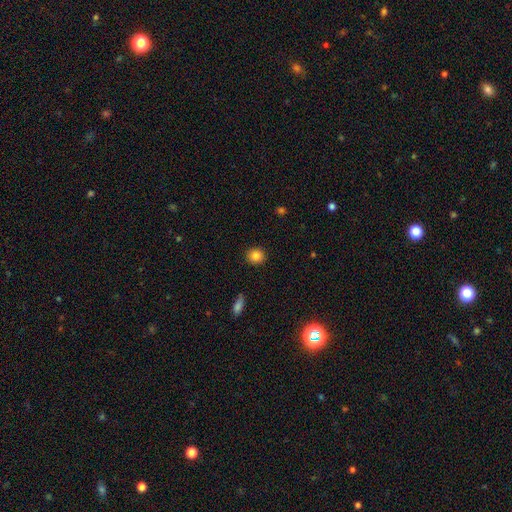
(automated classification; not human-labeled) Smooth or featured? smooth (85%)
How rounded? round (85%)
Merging? none (90%)